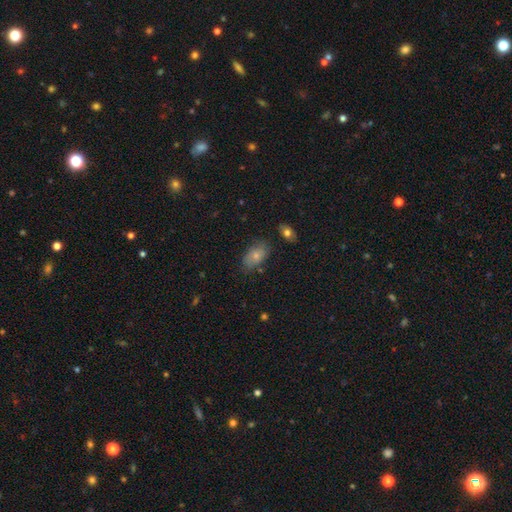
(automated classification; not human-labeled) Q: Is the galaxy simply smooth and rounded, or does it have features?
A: smooth — 74%.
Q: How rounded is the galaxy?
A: in between — 91%.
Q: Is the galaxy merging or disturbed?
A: none — 72%.